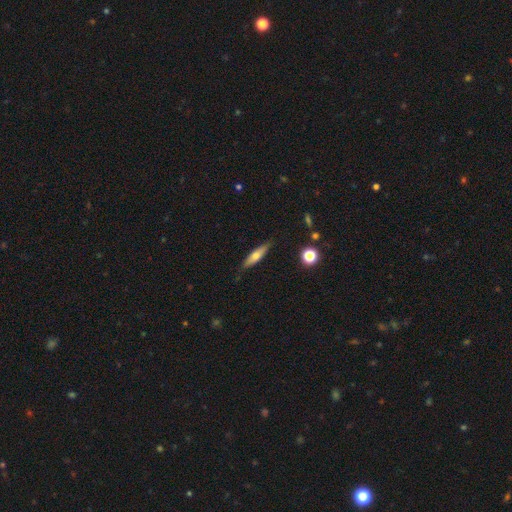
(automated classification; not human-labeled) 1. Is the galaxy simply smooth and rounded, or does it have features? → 54% smooth, 39% featured or disk, 7% star or artifact.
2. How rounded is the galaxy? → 72% cigar-shaped, 26% in between, 3% round.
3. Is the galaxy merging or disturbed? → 84% none, 13% minor disturbance, 2% major disturbance, 1% merger.